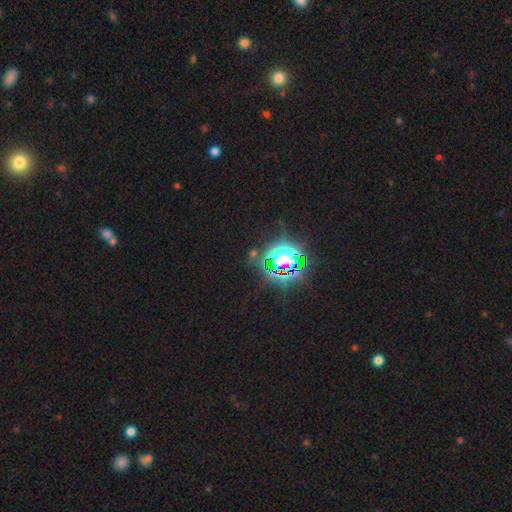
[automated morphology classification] A star or artifact, not a galaxy (76%).